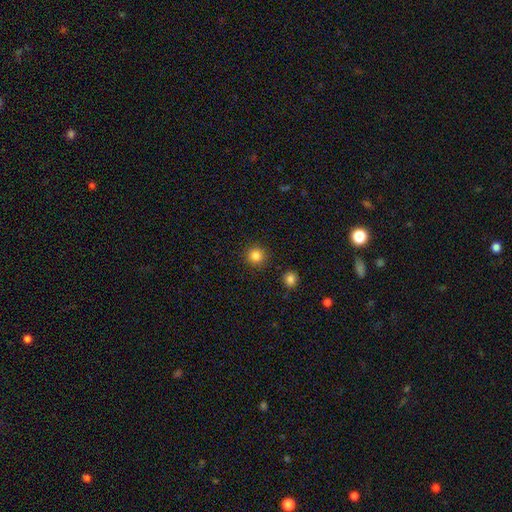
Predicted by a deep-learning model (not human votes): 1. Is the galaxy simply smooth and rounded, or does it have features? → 84% smooth, 12% star or artifact, 4% featured or disk.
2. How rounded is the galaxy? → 94% round, 5% in between, 1% cigar-shaped.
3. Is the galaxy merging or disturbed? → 91% none, 5% minor disturbance, 2% major disturbance, 2% merger.